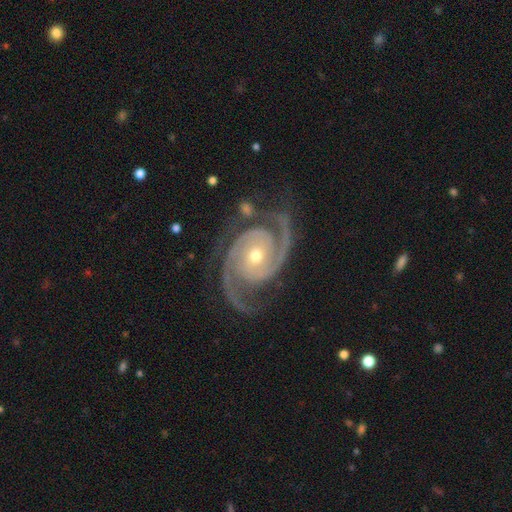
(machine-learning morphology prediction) Smooth or featured?
  - featured or disk: 93% *
  - star or artifact: 4%
  - smooth: 2%
Edge-on disk?
  - no: 98% *
  - yes: 2%
Bar?
  - no: 69% *
  - weak: 20%
  - strong: 11%
Spiral arms?
  - yes: 99% *
  - no: 1%
Spiral winding?
  - tight: 51% *
  - medium: 43%
  - loose: 6%
Spiral arm count?
  - 2: 85% *
  - 3: 8%
  - can't tell: 2%
  - 4: 2%
  - 1: 2%
  - more than 4: 2%
Bulge size?
  - moderate: 49% *
  - small: 48%
  - large: 2%
  - none: 1%
  - dominant: 1%
Merging?
  - none: 76% *
  - minor disturbance: 15%
  - major disturbance: 6%
  - merger: 3%